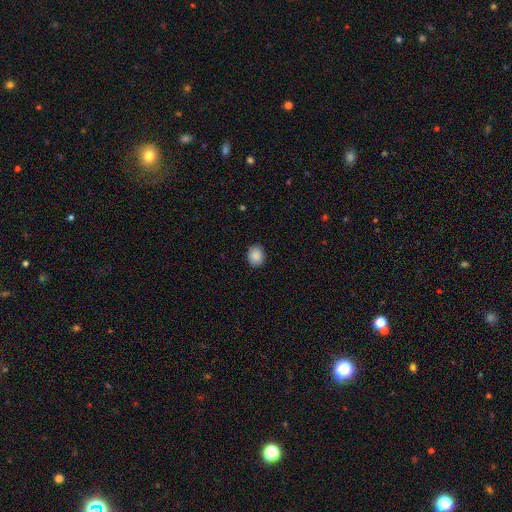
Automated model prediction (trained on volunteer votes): smooth 89%, star or artifact 8%, featured or disk 3%. Down the decision tree: how rounded — round (58%); merging — none (89%).